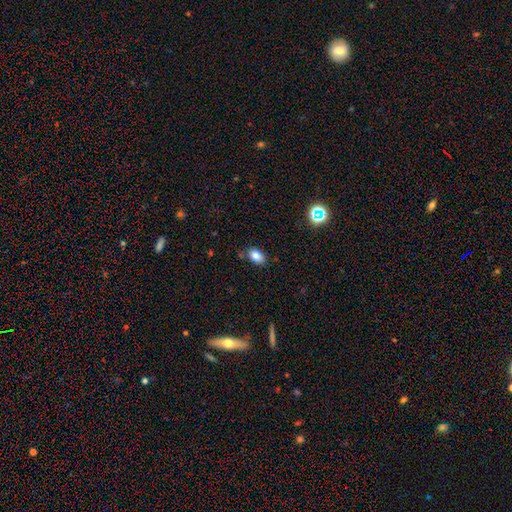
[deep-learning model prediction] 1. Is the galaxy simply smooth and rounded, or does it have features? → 82% smooth, 10% star or artifact, 7% featured or disk.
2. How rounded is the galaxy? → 88% in between, 10% round, 2% cigar-shaped.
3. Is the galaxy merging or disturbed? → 80% none, 13% minor disturbance, 4% merger, 3% major disturbance.